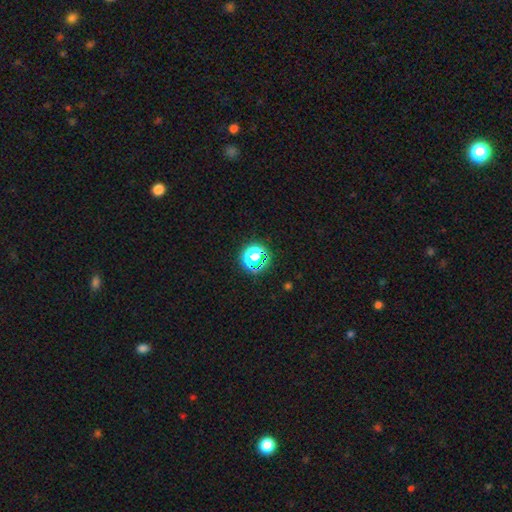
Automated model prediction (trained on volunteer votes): The model was most divided on "smooth or featured": star or artifact: 50%, smooth: 42%, featured or disk: 9%.